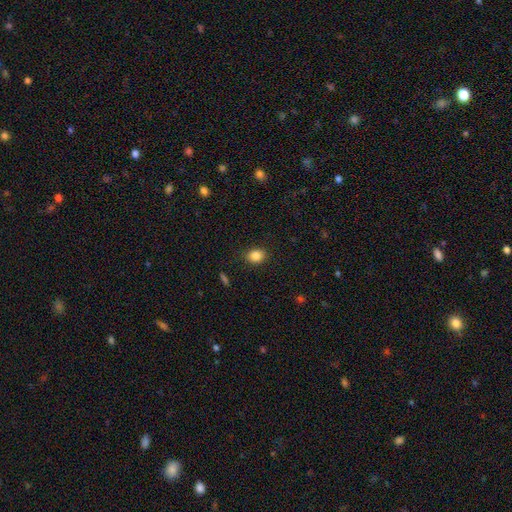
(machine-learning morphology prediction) Smooth or featured? smooth (85%)
How rounded? round (53%)
Merging? none (87%)